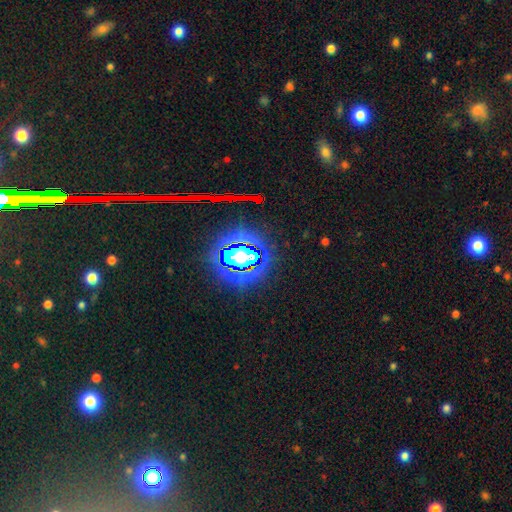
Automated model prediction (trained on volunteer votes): A star or artifact, not a galaxy (84%).

Vote fractions:
- Smooth or featured? star or artifact: 84% / smooth: 9% / featured or disk: 7%